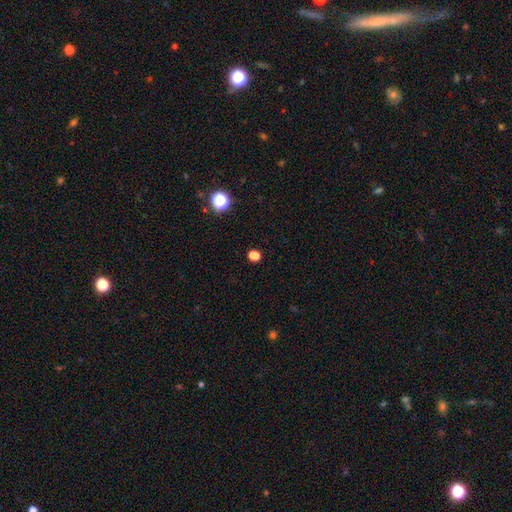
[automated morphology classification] Smooth or featured? smooth (65%)
How rounded? round (67%)
Merging? none (85%)